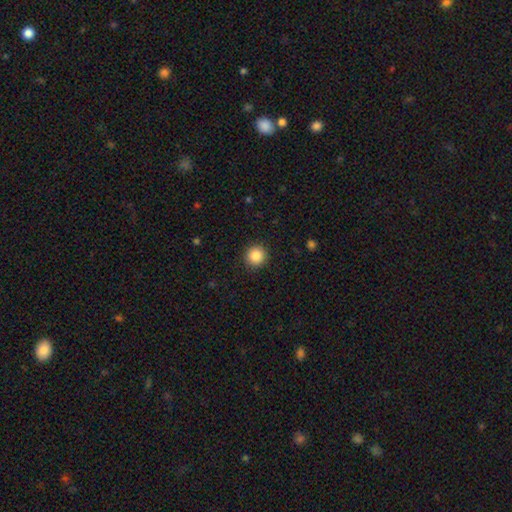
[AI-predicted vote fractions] smooth_or_featured: smooth (p=0.87) [alt: star or artifact p=0.10]
how_rounded: round (p=0.94) [alt: in between p=0.05]
merging: none (p=0.92) [alt: minor disturbance p=0.05]